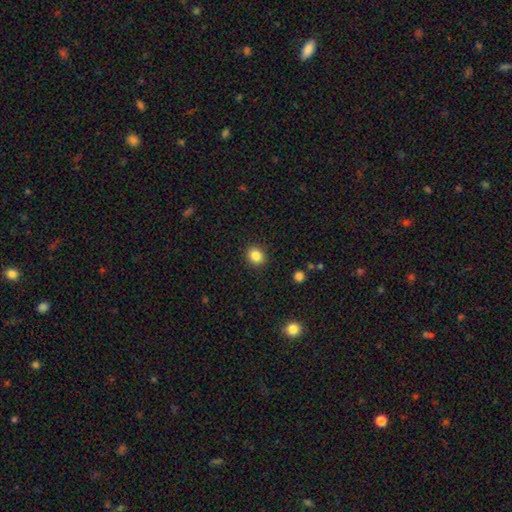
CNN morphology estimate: A smooth galaxy with no disk features (84%) that is round (82%).

Vote fractions:
- Smooth or featured? smooth: 84% / star or artifact: 11% / featured or disk: 5%
- How rounded? round: 82% / in between: 17% / cigar-shaped: 1%
- Merging? none: 91% / minor disturbance: 6% / major disturbance: 2% / merger: 1%